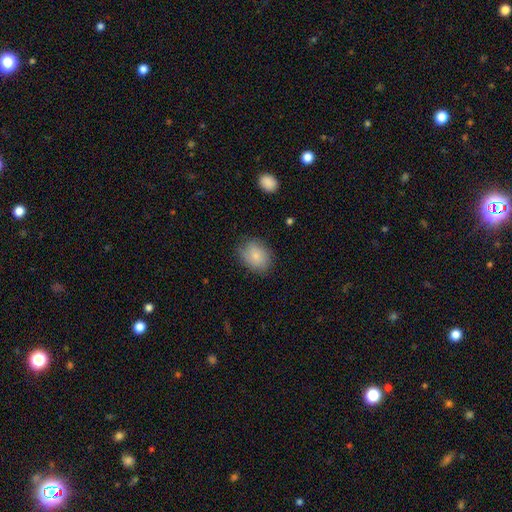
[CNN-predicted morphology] A smooth galaxy with no disk features (79%) that is in between round and cigar-shaped (59%). Merging: none (76%).